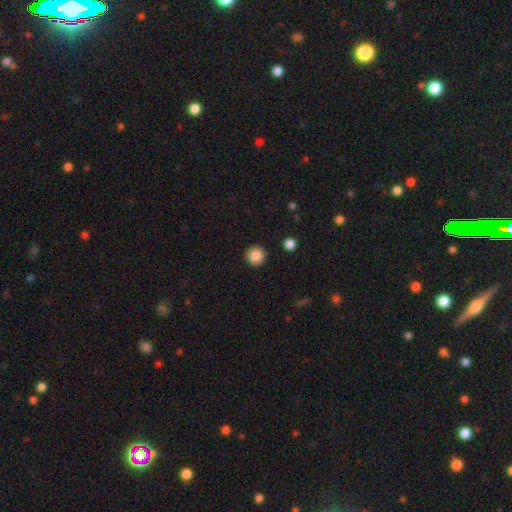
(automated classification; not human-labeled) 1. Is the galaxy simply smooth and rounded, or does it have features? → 87% smooth, 9% star or artifact, 3% featured or disk.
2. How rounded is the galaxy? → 95% round, 4% in between, 1% cigar-shaped.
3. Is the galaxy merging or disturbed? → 92% none, 5% minor disturbance, 2% major disturbance, 1% merger.